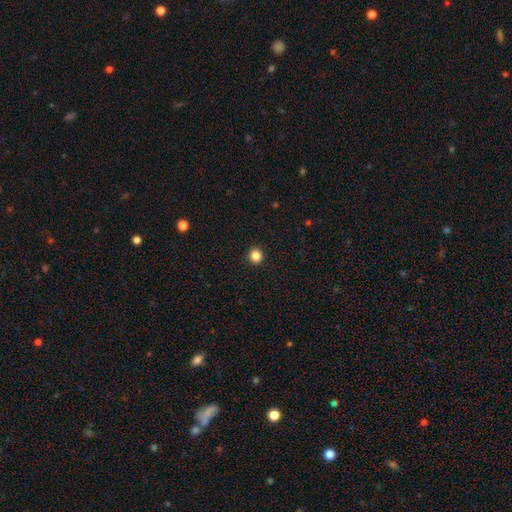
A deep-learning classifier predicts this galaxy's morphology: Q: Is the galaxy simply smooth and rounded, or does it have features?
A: smooth — 85%.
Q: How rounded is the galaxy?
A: round — 92%.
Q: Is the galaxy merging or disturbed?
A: none — 93%.